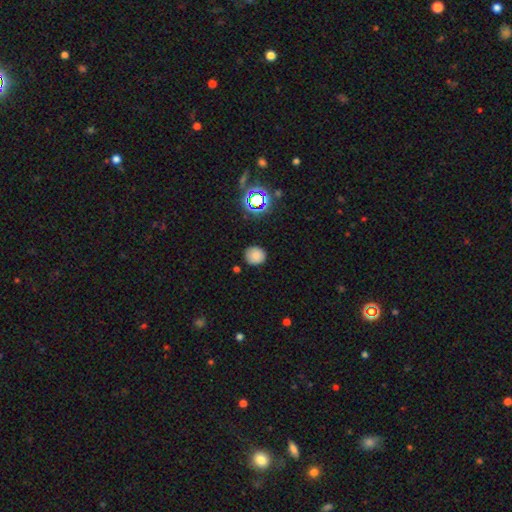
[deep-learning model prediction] Smooth or featured?
  - smooth: 78% *
  - star or artifact: 15%
  - featured or disk: 7%
How rounded?
  - round: 84% *
  - in between: 15%
  - cigar-shaped: 1%
Merging?
  - none: 86% *
  - minor disturbance: 10%
  - major disturbance: 2%
  - merger: 2%